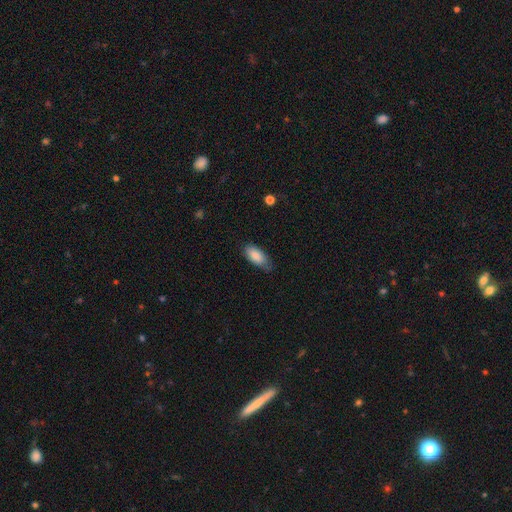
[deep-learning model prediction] Q: Smooth or featured?
A: smooth (85%); runner-up: featured or disk (9%)
Q: How rounded?
A: in between (87%); runner-up: cigar-shaped (11%)
Q: Merging?
A: none (63%); runner-up: minor disturbance (30%)